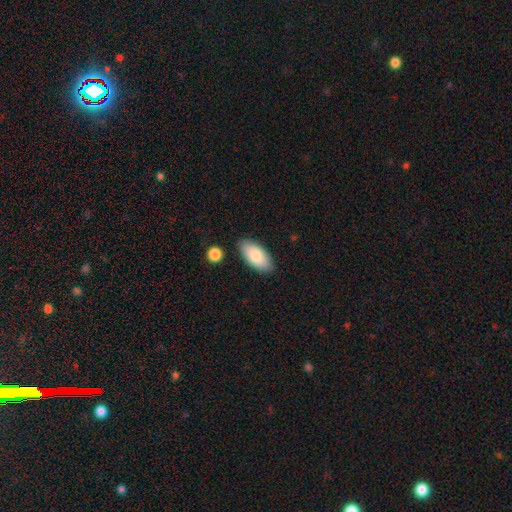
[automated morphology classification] A smooth galaxy with no disk features (84%) that is in between round and cigar-shaped (93%). Merging: none (84%).